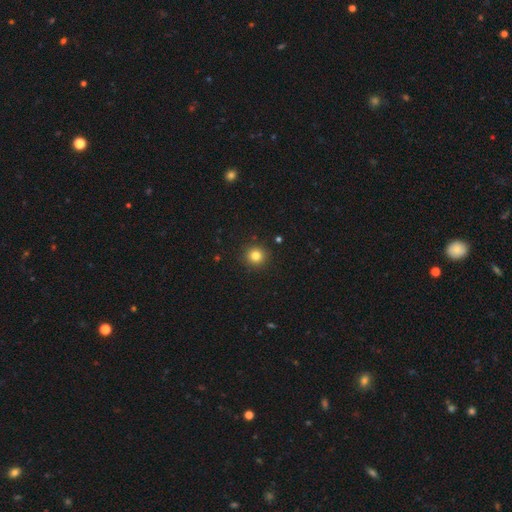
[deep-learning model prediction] smooth_or_featured: smooth (p=0.82) [alt: star or artifact p=0.13]
how_rounded: round (p=0.94) [alt: in between p=0.05]
merging: none (p=0.92) [alt: minor disturbance p=0.05]